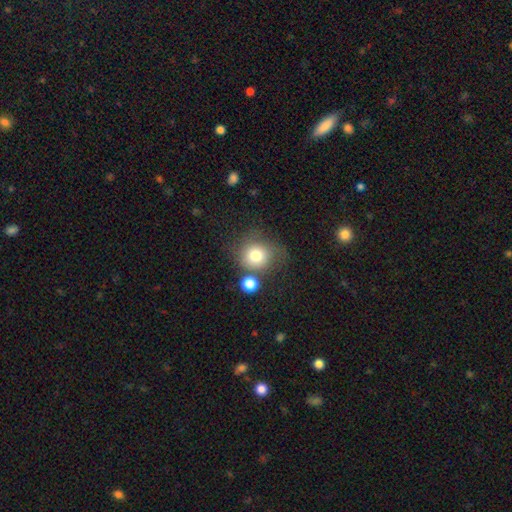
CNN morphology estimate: Smooth or featured?
  - smooth: 77% *
  - featured or disk: 12%
  - star or artifact: 11%
How rounded?
  - round: 83% *
  - in between: 16%
  - cigar-shaped: 1%
Merging?
  - none: 53% *
  - minor disturbance: 19%
  - merger: 17%
  - major disturbance: 10%